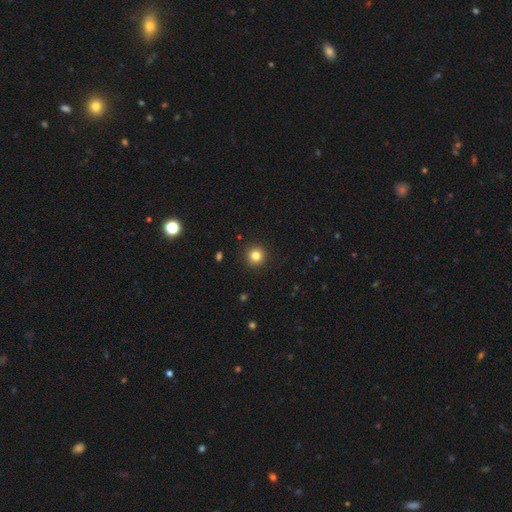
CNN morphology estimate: type=smooth (82%); roundness=round (95%); merging=none (92%).